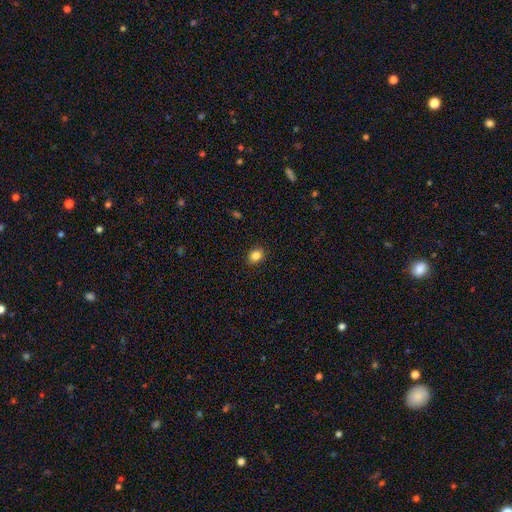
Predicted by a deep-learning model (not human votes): Morphology: type=smooth (84%); roundness=round (54%); merging=none (89%).